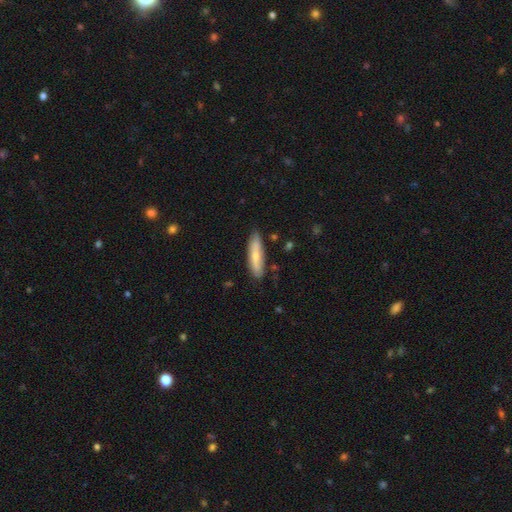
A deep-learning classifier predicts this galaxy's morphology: A smooth galaxy with no disk features (68%) that is cigar-shaped (63%). Merging: none (81%).